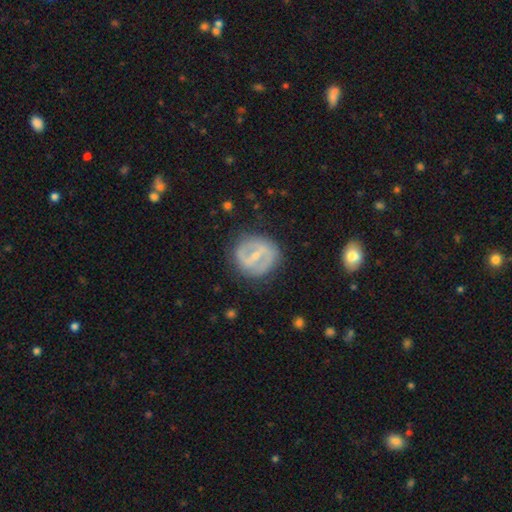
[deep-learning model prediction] smooth-or-featured: featured or disk: 71% | smooth: 23% | star or artifact: 6%
  disk-edge-on: no: 95% | yes: 5%
    bar: strong: 53% | weak: 34% | no: 13%
    has-spiral-arms: yes: 55% | no: 45%
    bulge-size: small: 60% | moderate: 32% | none: 5% | large: 2% | dominant: 1%
  merging: none: 79% | minor disturbance: 14% | major disturbance: 6% | merger: 2%